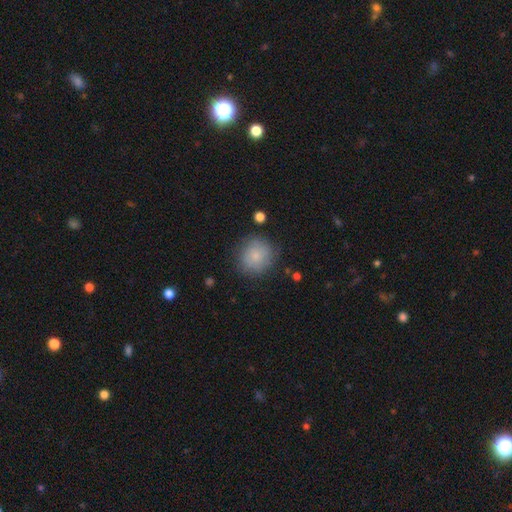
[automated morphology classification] The model was most divided on "merging": none: 79%, minor disturbance: 15%, major disturbance: 5%, merger: 2%. More confident: how rounded — round (90%); smooth or featured — smooth (78%).